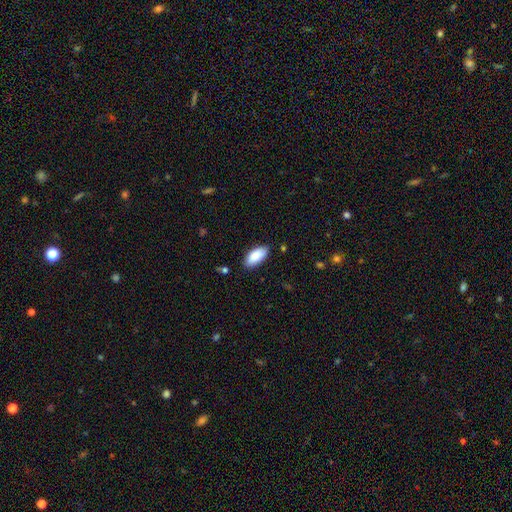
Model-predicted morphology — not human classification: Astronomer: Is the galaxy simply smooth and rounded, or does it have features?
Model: smooth — 88%.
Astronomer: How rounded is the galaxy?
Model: in between — 92%.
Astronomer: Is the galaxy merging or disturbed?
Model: none — 87%.